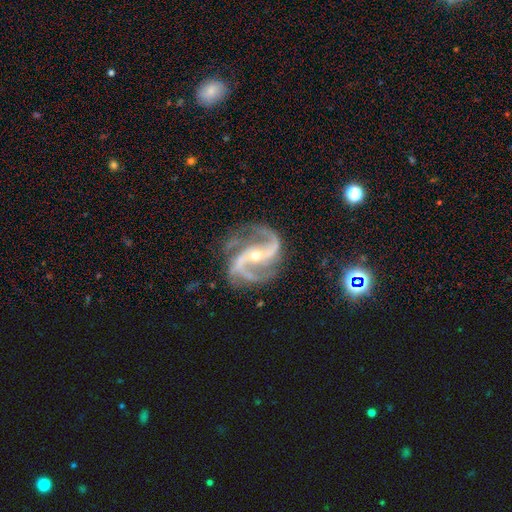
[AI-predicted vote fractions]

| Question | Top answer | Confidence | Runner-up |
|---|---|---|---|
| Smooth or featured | featured or disk | 93% | star or artifact (5%) |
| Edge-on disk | no | 98% | yes (2%) |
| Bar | strong | 38% | no (34%) |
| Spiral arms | yes | 99% | no (1%) |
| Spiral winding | medium | 54% | loose (34%) |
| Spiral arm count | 2 | 84% | 3 (7%) |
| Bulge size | small | 63% | moderate (34%) |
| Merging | none | 75% | minor disturbance (15%) |